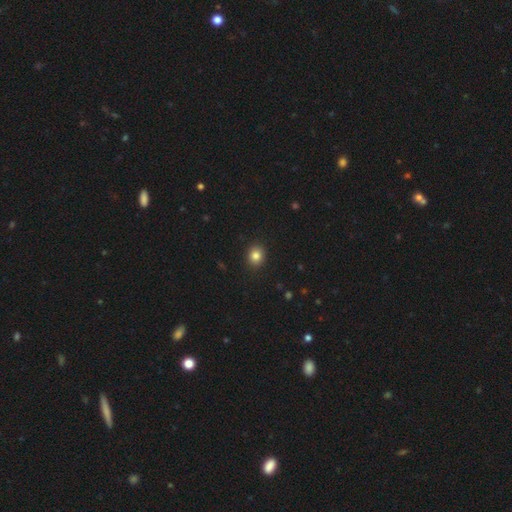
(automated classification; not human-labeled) This appears to be a smooth galaxy with no disk features (84%) that is round (67%). Merging: none (91%).